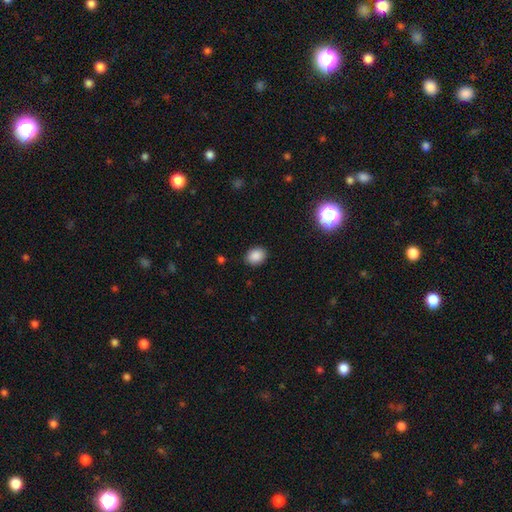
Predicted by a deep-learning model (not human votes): This is clearly a smooth galaxy (87%). How rounded: possibly in between (56%). Merging: clearly none (87%).